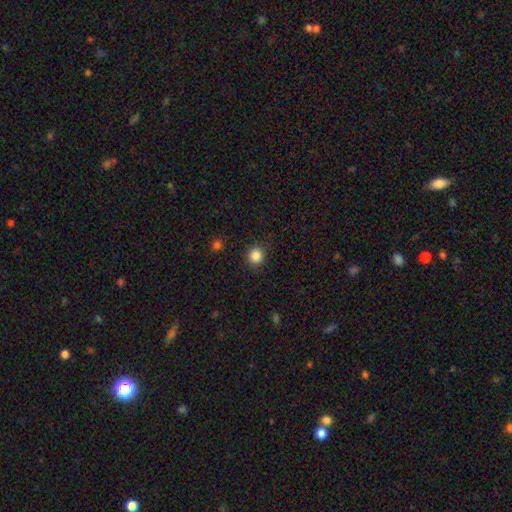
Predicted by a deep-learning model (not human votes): Smooth or featured?
  - smooth: 86% *
  - star or artifact: 11%
  - featured or disk: 3%
How rounded?
  - round: 91% *
  - in between: 8%
  - cigar-shaped: 1%
Merging?
  - none: 90% *
  - minor disturbance: 7%
  - major disturbance: 2%
  - merger: 1%